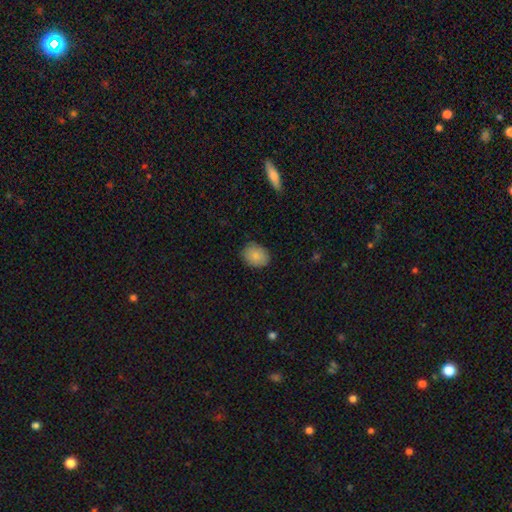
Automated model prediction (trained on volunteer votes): Smooth or featured? Predicted: smooth (p=0.85). How rounded? Predicted: in between (p=0.56). Merging? Predicted: none (p=0.82).